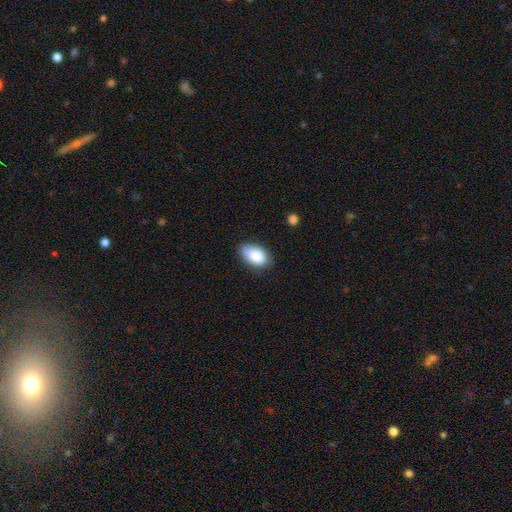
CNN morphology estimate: Q: Smooth or featured?
A: smooth (85%); runner-up: featured or disk (8%)
Q: How rounded?
A: in between (92%); runner-up: round (6%)
Q: Merging?
A: none (72%); runner-up: minor disturbance (22%)